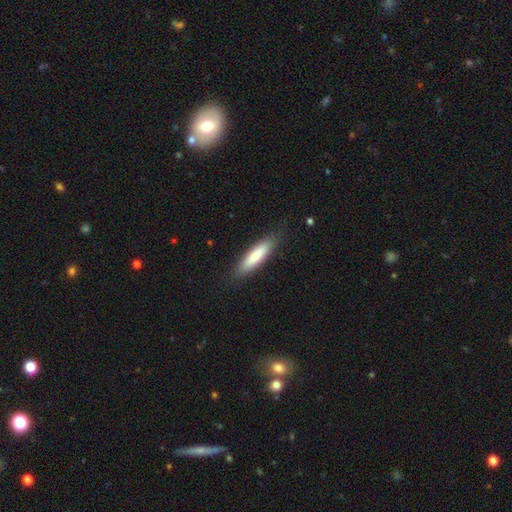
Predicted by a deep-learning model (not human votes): This is likely a smooth galaxy (79%). How rounded: likely cigar-shaped (76%). Merging: clearly none (86%).